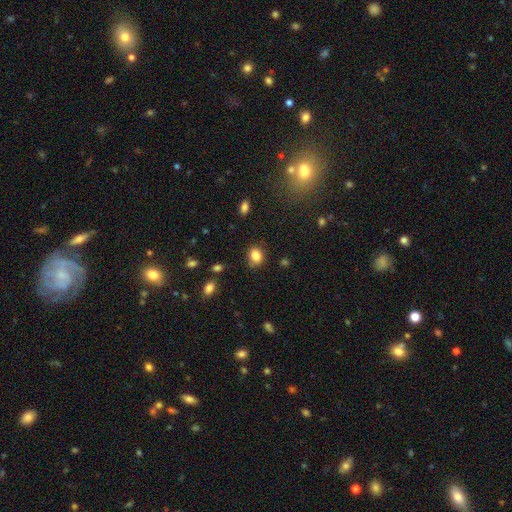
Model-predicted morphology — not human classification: Smooth or featured? Predicted: smooth (p=0.84). How rounded? Predicted: round (p=0.52). Merging? Predicted: none (p=0.79).